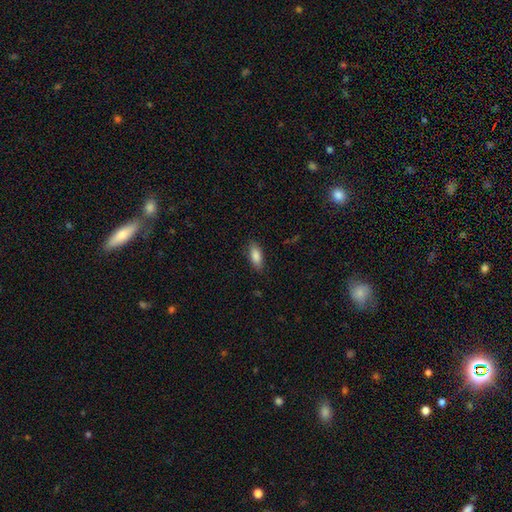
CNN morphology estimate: This is clearly a smooth galaxy (86%). How rounded: clearly in between (82%). Merging: clearly none (84%).